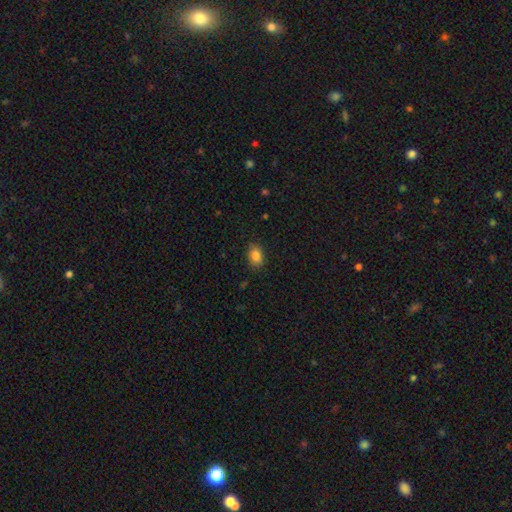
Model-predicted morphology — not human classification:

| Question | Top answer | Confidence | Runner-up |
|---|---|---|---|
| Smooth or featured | smooth | 86% | star or artifact (9%) |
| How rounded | in between | 82% | round (17%) |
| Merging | none | 83% | minor disturbance (13%) |